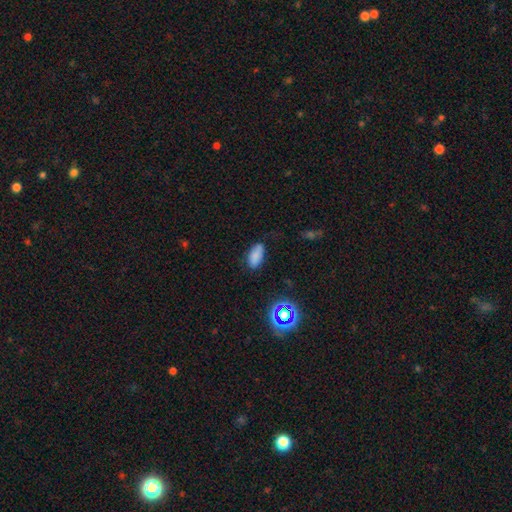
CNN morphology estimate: type=smooth (79%); roundness=in between (91%); merging=none (72%).